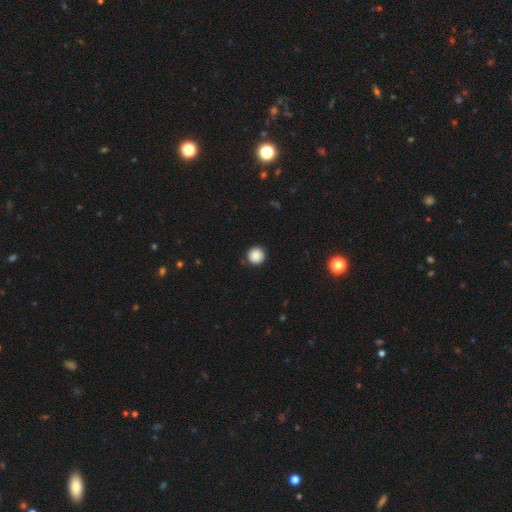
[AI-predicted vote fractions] The model was most divided on "smooth or featured": smooth: 88%, star or artifact: 10%, featured or disk: 3%. More confident: how rounded — round (96%); merging — none (90%).